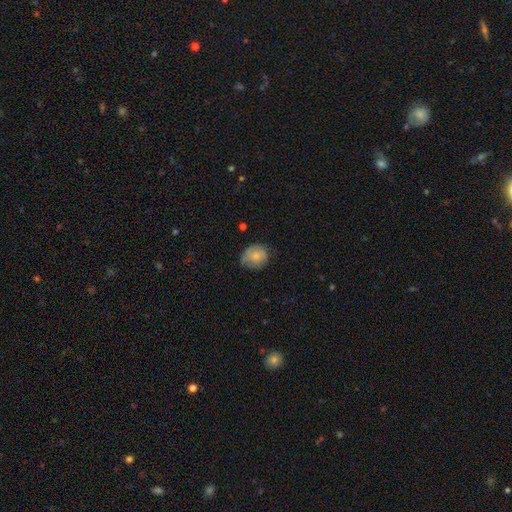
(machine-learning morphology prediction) The model was most divided on "merging": none: 60%, minor disturbance: 31%, major disturbance: 8%, merger: 2%. More confident: smooth or featured — smooth (73%); how rounded — round (71%).